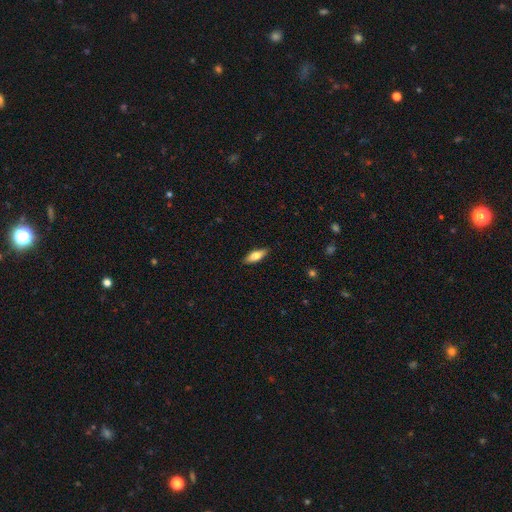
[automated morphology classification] smooth_or_featured: smooth (p=0.66) [alt: featured or disk p=0.27]
how_rounded: in between (p=0.65) [alt: cigar-shaped p=0.33]
merging: none (p=0.88) [alt: minor disturbance p=0.09]